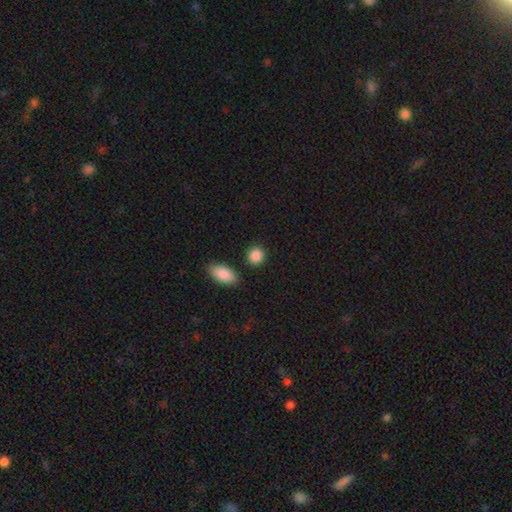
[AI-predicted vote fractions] Smooth or featured?
  - smooth: 89% *
  - star or artifact: 7%
  - featured or disk: 3%
How rounded?
  - round: 77% *
  - in between: 21%
  - cigar-shaped: 2%
Merging?
  - none: 85% *
  - minor disturbance: 8%
  - merger: 4%
  - major disturbance: 2%